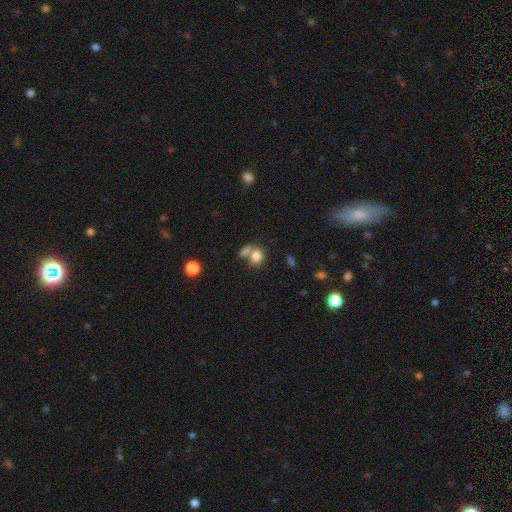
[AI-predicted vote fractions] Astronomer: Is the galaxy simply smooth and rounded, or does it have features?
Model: smooth — 81%.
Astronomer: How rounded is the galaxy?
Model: round — 51% (runner-up: in between, 47%).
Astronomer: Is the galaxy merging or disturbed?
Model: merger — 46% (runner-up: none, 39%).